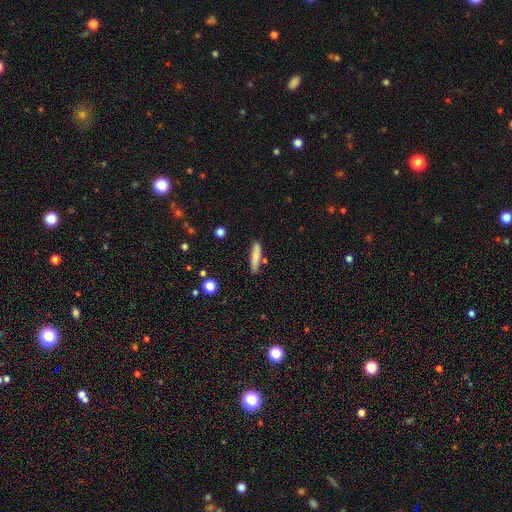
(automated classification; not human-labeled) Q: Smooth or featured?
A: smooth (79%); runner-up: featured or disk (13%)
Q: How rounded?
A: cigar-shaped (79%); runner-up: in between (19%)
Q: Merging?
A: none (79%); runner-up: minor disturbance (13%)